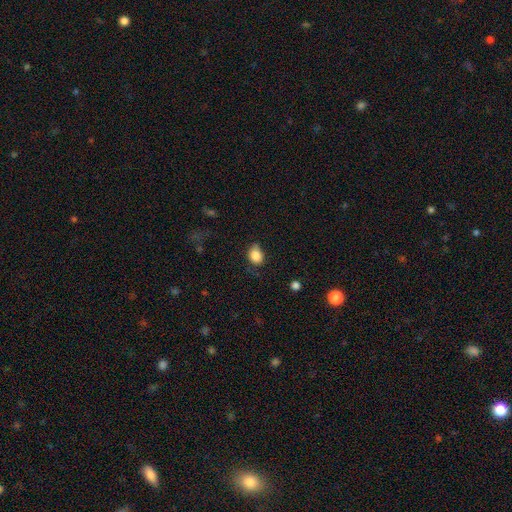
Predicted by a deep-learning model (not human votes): smooth 85%, star or artifact 9%, featured or disk 6%. Down the decision tree: how rounded — in between (52%); merging — none (59%).